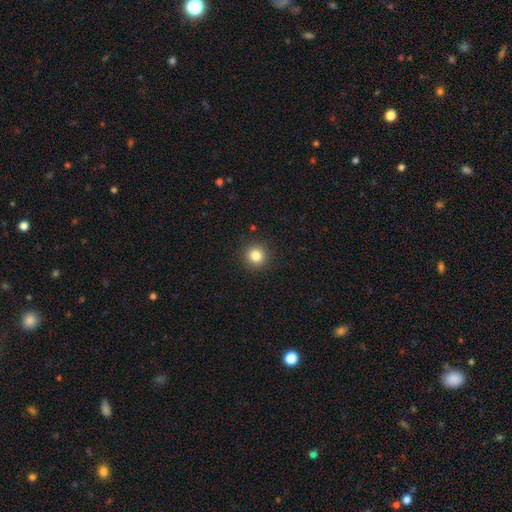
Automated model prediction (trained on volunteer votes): Q: Smooth or featured?
A: smooth (83%); runner-up: star or artifact (11%)
Q: How rounded?
A: round (93%); runner-up: in between (6%)
Q: Merging?
A: none (92%); runner-up: minor disturbance (5%)